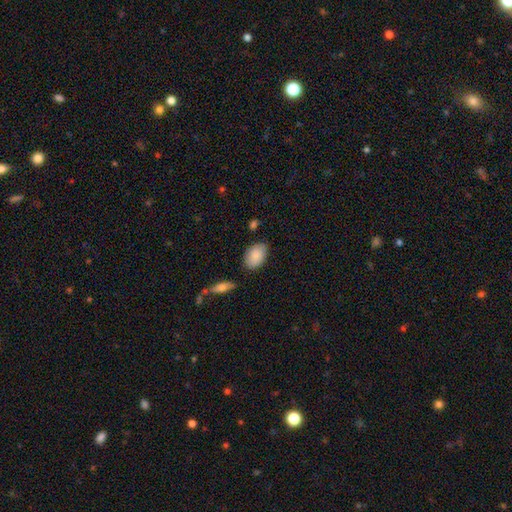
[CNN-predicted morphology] smooth-or-featured: smooth: 87% | featured or disk: 7% | star or artifact: 6%
  how-rounded: in between: 90% | round: 9% | cigar-shaped: 1%
  merging: none: 80% | minor disturbance: 15% | merger: 3% | major disturbance: 3%